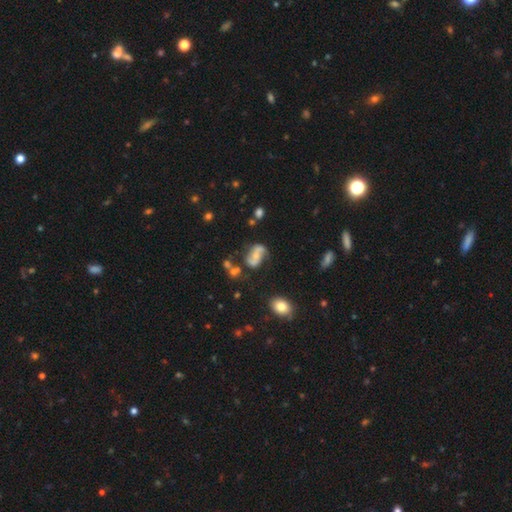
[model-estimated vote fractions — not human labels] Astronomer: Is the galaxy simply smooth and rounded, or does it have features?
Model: featured or disk — 70%.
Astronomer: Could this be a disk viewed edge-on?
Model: no — 97%.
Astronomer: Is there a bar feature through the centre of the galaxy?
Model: no — 48% (runner-up: weak, 36%).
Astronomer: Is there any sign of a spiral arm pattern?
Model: yes — 90%.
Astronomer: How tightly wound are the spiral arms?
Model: loose — 54% (runner-up: medium, 35%).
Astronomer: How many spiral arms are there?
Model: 2 — 89%.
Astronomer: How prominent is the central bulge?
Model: small — 45% (runner-up: moderate, 30%).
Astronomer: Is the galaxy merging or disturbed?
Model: none — 57%.